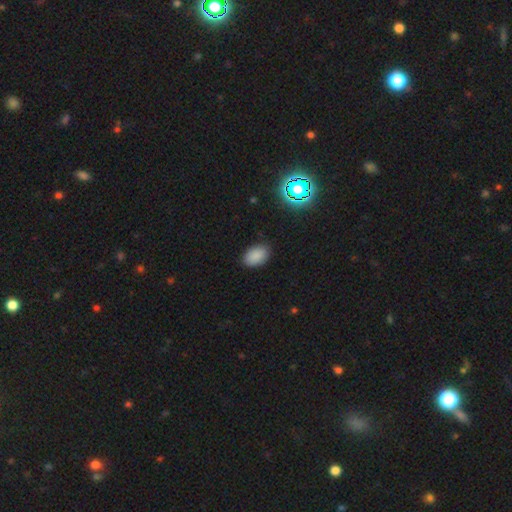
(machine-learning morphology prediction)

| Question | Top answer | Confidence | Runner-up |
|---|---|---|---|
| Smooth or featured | smooth | 84% | star or artifact (11%) |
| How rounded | in between | 88% | round (11%) |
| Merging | none | 85% | minor disturbance (11%) |